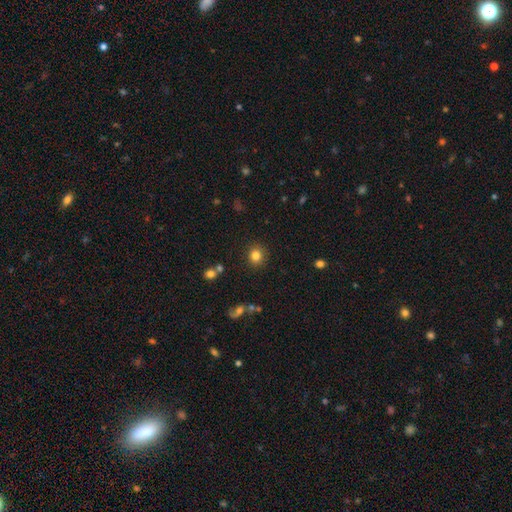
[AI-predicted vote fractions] smooth-or-featured: smooth: 83% | star or artifact: 11% | featured or disk: 6%
  how-rounded: round: 84% | in between: 15% | cigar-shaped: 1%
  merging: none: 88% | minor disturbance: 7% | major disturbance: 3% | merger: 2%